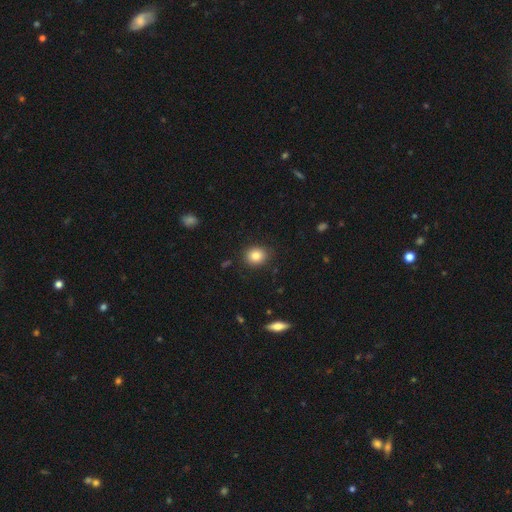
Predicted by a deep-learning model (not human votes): This appears to be a smooth galaxy with no disk features (84%) that is round (68%). Merging: none (88%).